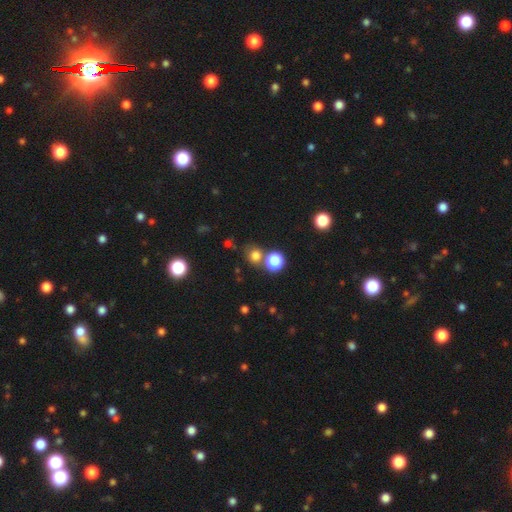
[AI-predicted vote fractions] smooth-or-featured: smooth: 74% | star or artifact: 20% | featured or disk: 6%
  how-rounded: round: 85% | in between: 14% | cigar-shaped: 1%
  merging: none: 67% | merger: 19% | minor disturbance: 10% | major disturbance: 4%